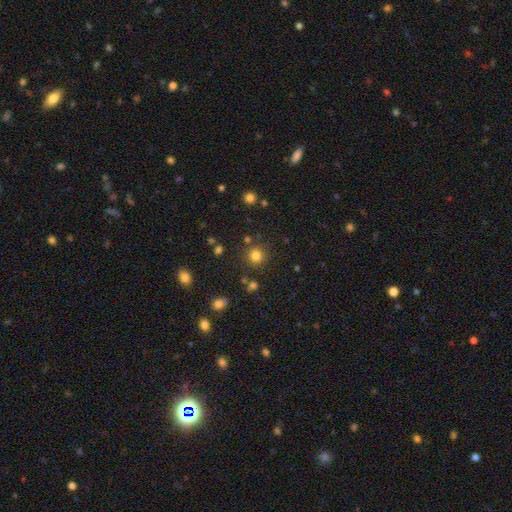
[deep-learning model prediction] smooth 80%, star or artifact 14%, featured or disk 5%. Down the decision tree: how rounded — round (93%); merging — none (85%).